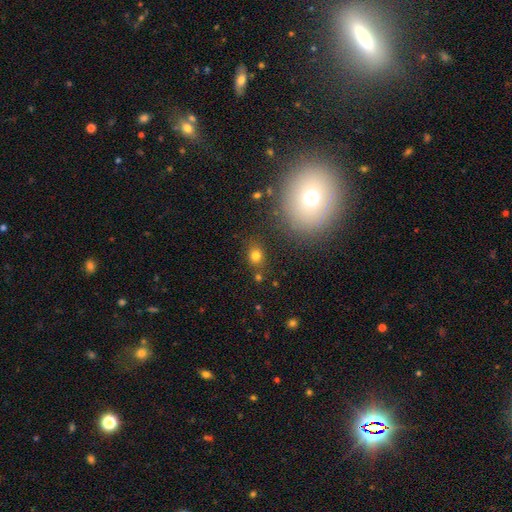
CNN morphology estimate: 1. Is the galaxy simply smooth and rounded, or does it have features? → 77% smooth, 16% star or artifact, 7% featured or disk.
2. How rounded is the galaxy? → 62% round, 36% in between, 1% cigar-shaped.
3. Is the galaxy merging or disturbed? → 79% none, 11% minor disturbance, 5% merger, 4% major disturbance.